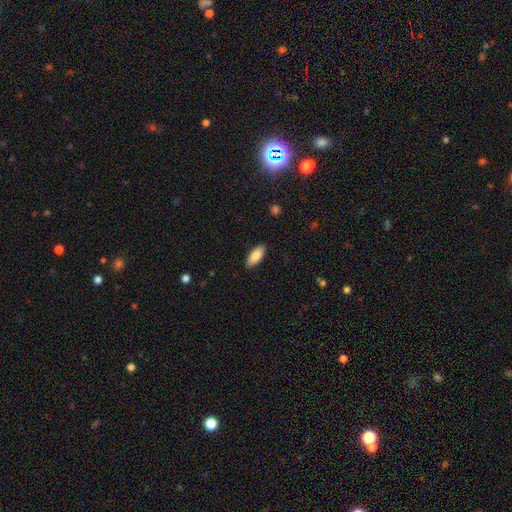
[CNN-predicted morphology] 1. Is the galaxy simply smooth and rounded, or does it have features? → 85% smooth, 9% featured or disk, 6% star or artifact.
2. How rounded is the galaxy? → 86% in between, 12% cigar-shaped, 2% round.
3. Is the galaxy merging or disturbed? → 88% none, 9% minor disturbance, 2% major disturbance, 1% merger.